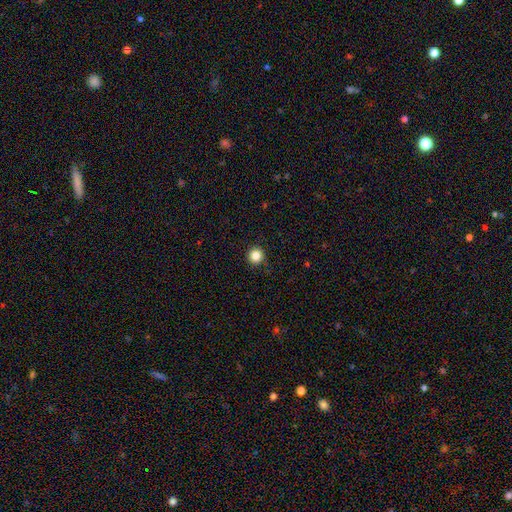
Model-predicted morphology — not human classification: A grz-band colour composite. It shows a smooth galaxy with no disk features (85%) that is round (96%). Merging: none (93%).